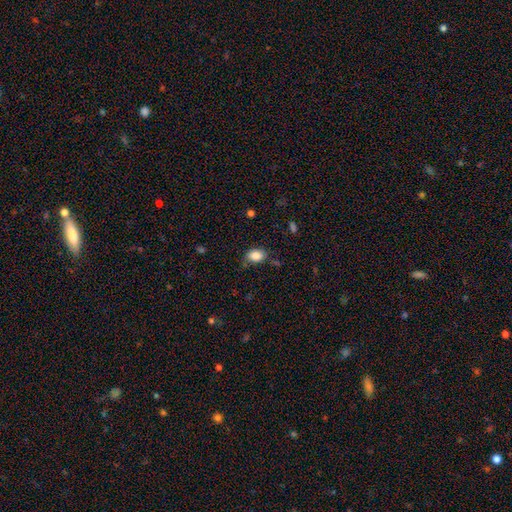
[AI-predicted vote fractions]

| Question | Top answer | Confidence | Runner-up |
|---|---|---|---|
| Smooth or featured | smooth | 86% | star or artifact (9%) |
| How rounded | in between | 78% | round (21%) |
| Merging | none | 75% | minor disturbance (18%) |